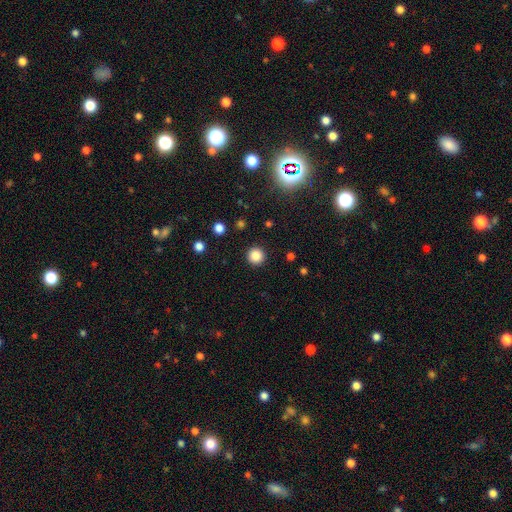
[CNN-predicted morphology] smooth_or_featured: smooth (p=0.85) [alt: star or artifact p=0.11]
how_rounded: round (p=0.96) [alt: in between p=0.03]
merging: none (p=0.92) [alt: minor disturbance p=0.05]